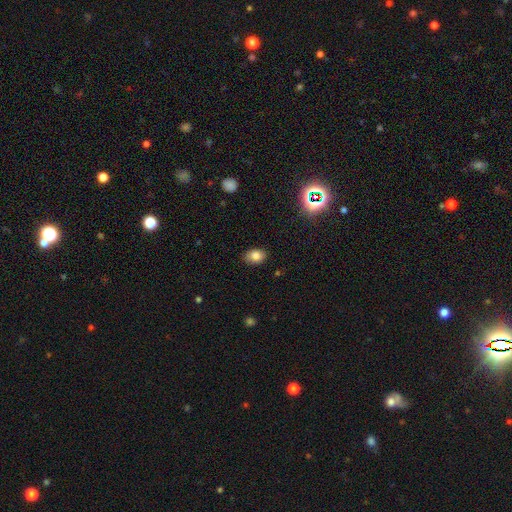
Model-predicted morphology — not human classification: Smooth or featured: smooth — 81% (star or artifact — 12%)
How rounded: in between — 71% (round — 28%)
Merging: none — 85% (minor disturbance — 12%)